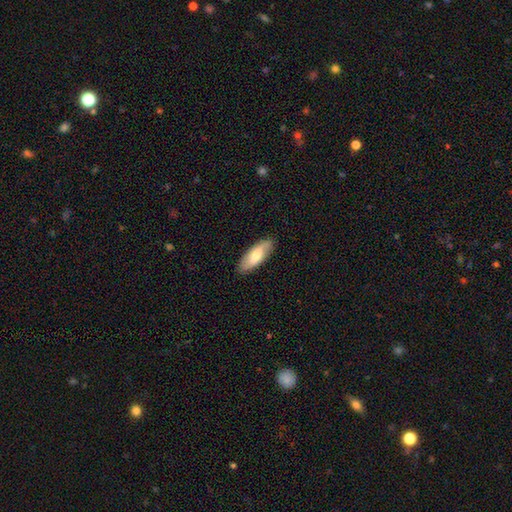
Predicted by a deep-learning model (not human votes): smooth 70%, featured or disk 25%, star or artifact 5%. Down the decision tree: how rounded — in between (69%); merging — none (88%).